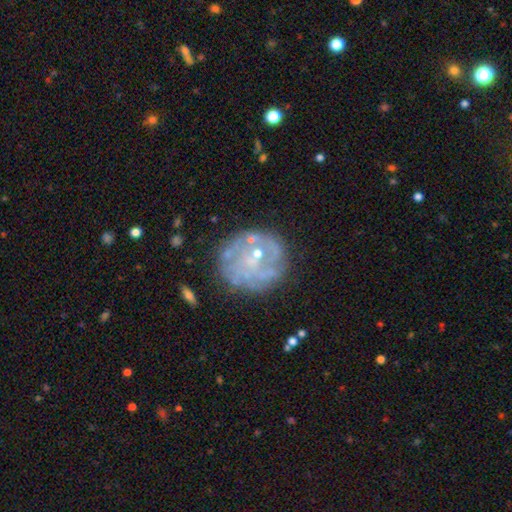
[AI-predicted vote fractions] Smooth or featured: featured or disk — 68% (smooth — 22%)
Edge-on disk: no — 98% (yes — 2%)
Bar: no — 78% (weak — 18%)
Spiral arms: no — 51% (yes — 49%)
Bulge size: small — 66% (moderate — 21%)
Merging: none — 64% (minor disturbance — 19%)